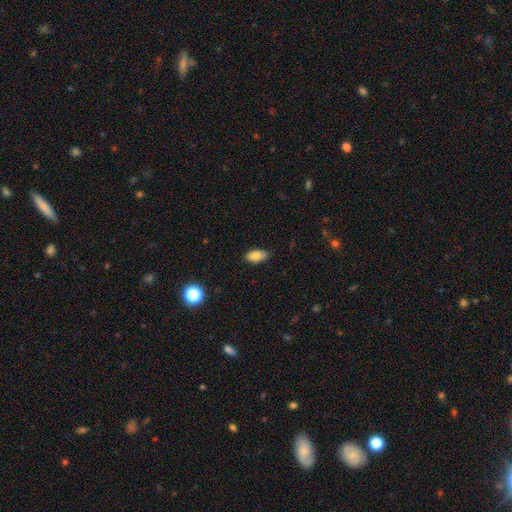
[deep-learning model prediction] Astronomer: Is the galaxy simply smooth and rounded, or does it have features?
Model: smooth — 83%.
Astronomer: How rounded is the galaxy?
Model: in between — 92%.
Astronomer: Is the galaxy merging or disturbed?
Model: none — 79%.